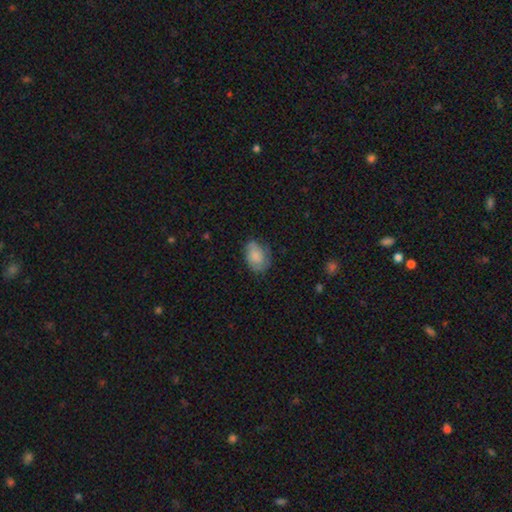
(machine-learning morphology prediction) Smooth or featured: smooth — 76% (featured or disk — 16%)
How rounded: in between — 80% (round — 19%)
Merging: none — 66% (minor disturbance — 26%)